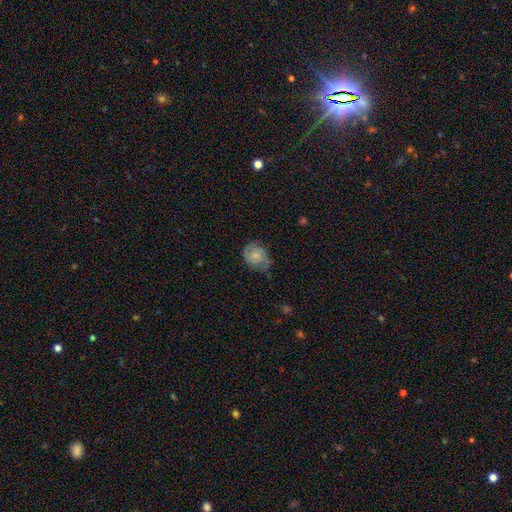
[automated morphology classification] The model was most divided on "bulge size": small: 40%, moderate: 30%, none: 21%, large: 7%, dominant: 2%. Remaining: edge-on disk — no (98%); spiral arms — yes (91%); spiral arm count — 2 (73%); bar — no (71%); merging — none (64%); smooth or featured — featured or disk (57%); spiral winding — tight (50%).